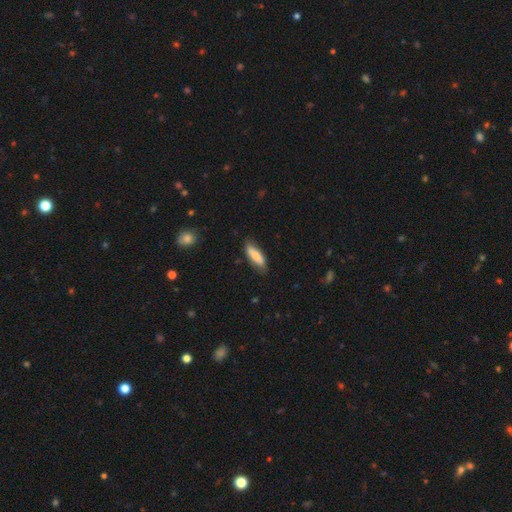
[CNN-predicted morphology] A smooth galaxy with no disk features (71%) that is in between round and cigar-shaped (54%).

Vote fractions:
- Smooth or featured? smooth: 71% / featured or disk: 23% / star or artifact: 6%
- How rounded? in between: 54% / cigar-shaped: 44% / round: 2%
- Merging? none: 75% / minor disturbance: 20% / major disturbance: 4% / merger: 2%